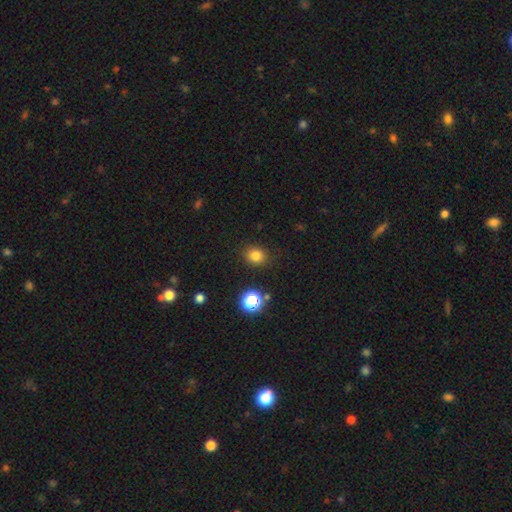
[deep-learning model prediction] Smooth or featured? smooth (81%)
How rounded? round (72%)
Merging? none (88%)